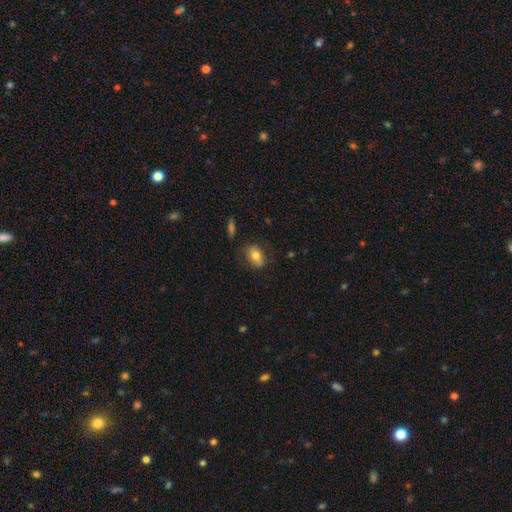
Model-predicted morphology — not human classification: Smooth or featured: smooth — 72% (featured or disk — 20%)
How rounded: in between — 81% (round — 17%)
Merging: none — 75% (minor disturbance — 18%)